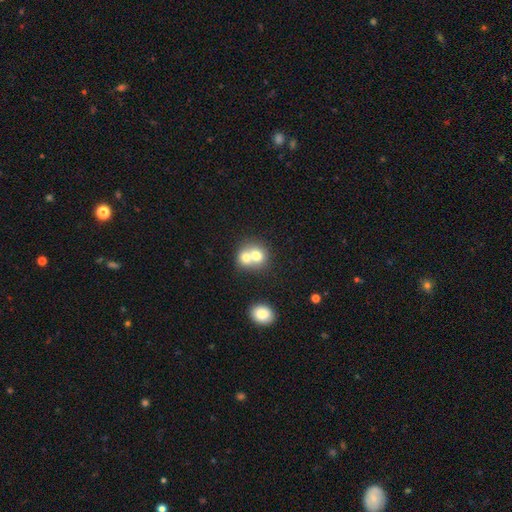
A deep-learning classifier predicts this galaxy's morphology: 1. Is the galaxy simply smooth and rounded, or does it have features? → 70% smooth, 20% featured or disk, 10% star or artifact.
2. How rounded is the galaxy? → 76% round, 23% in between, 1% cigar-shaped.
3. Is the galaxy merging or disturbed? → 67% merger, 26% none, 5% minor disturbance, 2% major disturbance.